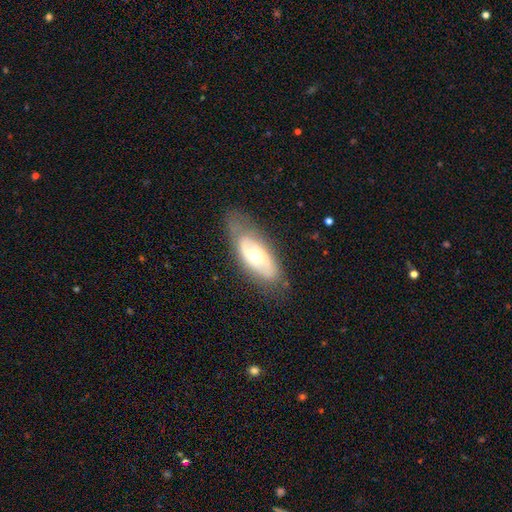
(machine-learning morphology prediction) Overall: featured or disk (61%; smooth 33%). Edge-on disk: no (84%). Bar: no (74%). Spiral arms: no (54%; yes 46%). Bulge size: moderate (63%; small 30%). Merging: none (65%).